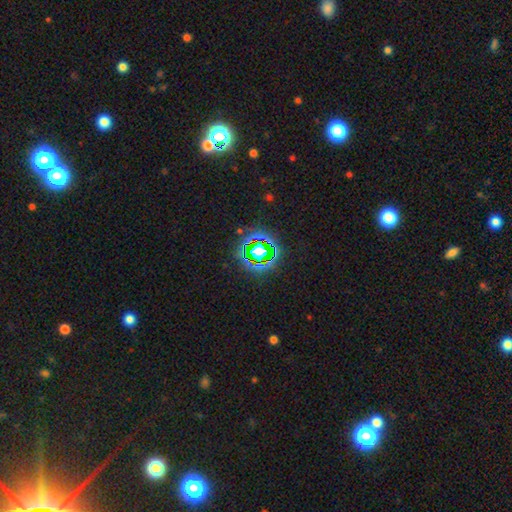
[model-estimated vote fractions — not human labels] A star or artifact, not a galaxy (67%).

Vote fractions:
- Smooth or featured? star or artifact: 67% / smooth: 19% / featured or disk: 14%